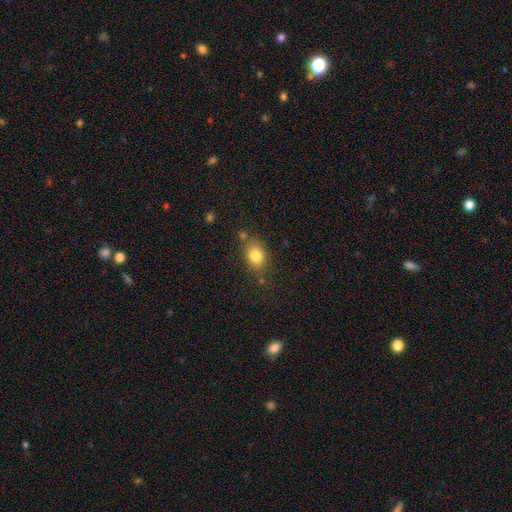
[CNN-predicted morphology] This appears to be a smooth galaxy with no disk features (80%) that is in between round and cigar-shaped (65%). Merging: none (69%).